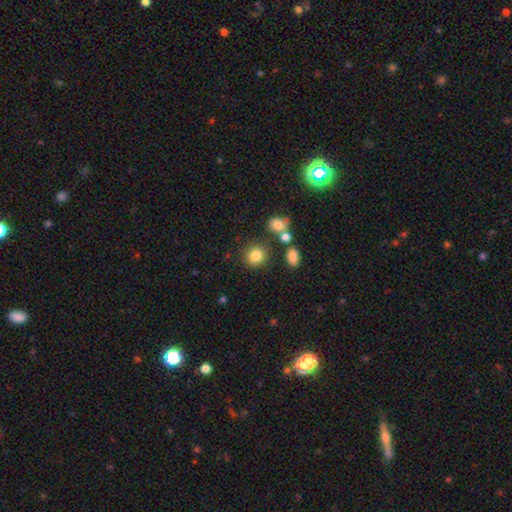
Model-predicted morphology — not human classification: Smooth or featured?
  - smooth: 83% *
  - star or artifact: 11%
  - featured or disk: 6%
How rounded?
  - round: 80% *
  - in between: 19%
  - cigar-shaped: 1%
Merging?
  - none: 79% *
  - minor disturbance: 9%
  - merger: 7%
  - major disturbance: 4%